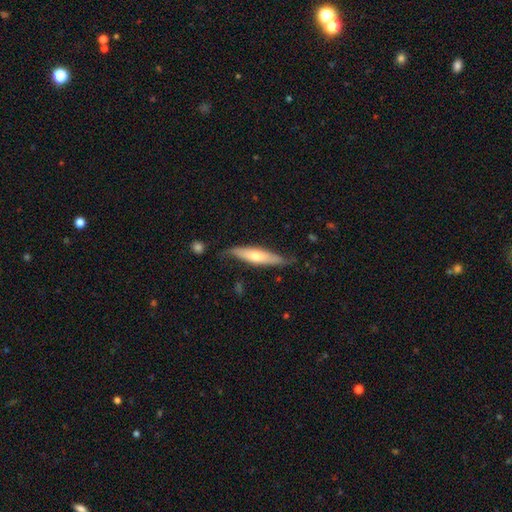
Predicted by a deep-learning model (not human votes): Overall: smooth (51%; featured or disk 43%). How rounded: cigar-shaped (76%). Merging: none (72%).